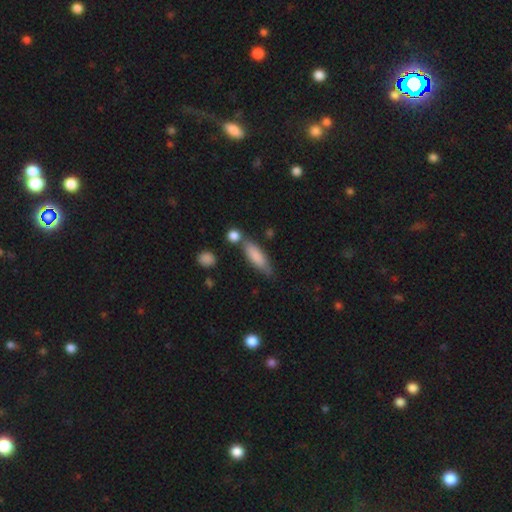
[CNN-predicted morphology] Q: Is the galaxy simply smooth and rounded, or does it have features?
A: smooth — 81%.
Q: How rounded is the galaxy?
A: cigar-shaped — 50%.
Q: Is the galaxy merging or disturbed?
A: none — 63%.